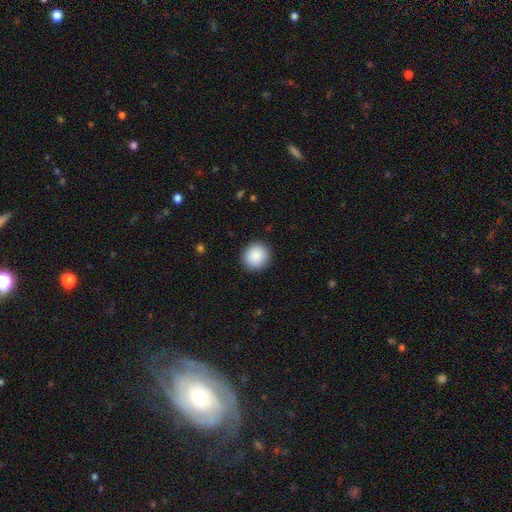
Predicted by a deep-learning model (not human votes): Overall: smooth (89%). How rounded: round (88%). Merging: none (91%).